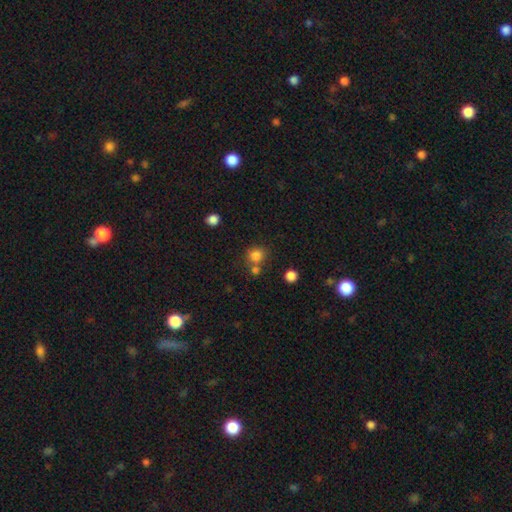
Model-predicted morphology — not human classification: Smooth or featured? smooth (79%)
How rounded? round (79%)
Merging? none (57%)